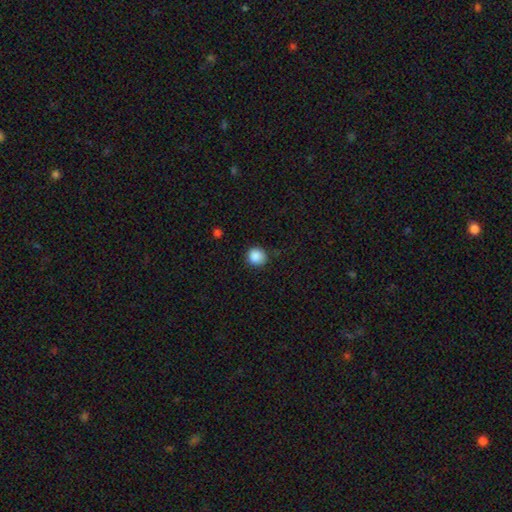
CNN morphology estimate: smooth-or-featured: smooth: 87% | star or artifact: 9% | featured or disk: 3%
  how-rounded: round: 91% | in between: 8% | cigar-shaped: 1%
  merging: none: 85% | minor disturbance: 12% | major disturbance: 3% | merger: 1%